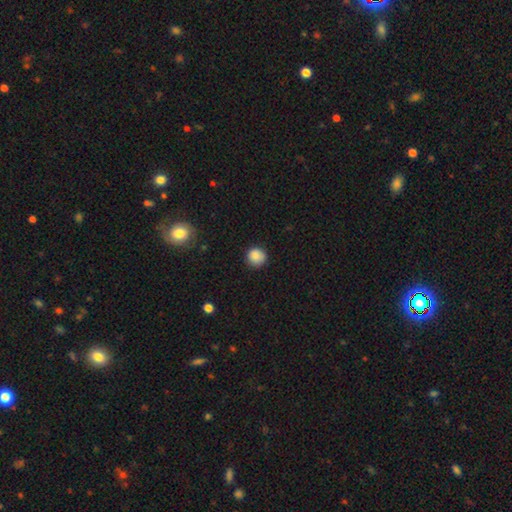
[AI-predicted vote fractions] This is clearly a smooth galaxy (86%). How rounded: clearly round (93%). Merging: clearly none (87%).